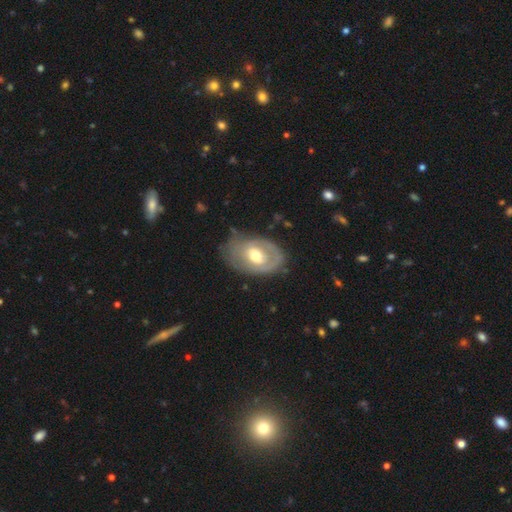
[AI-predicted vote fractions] Morphology: type=featured or disk (59%); edge-on=no (93%); bar=no (58%); spiral arms=no (52%); bulge=moderate (70%); merging=none (57%).